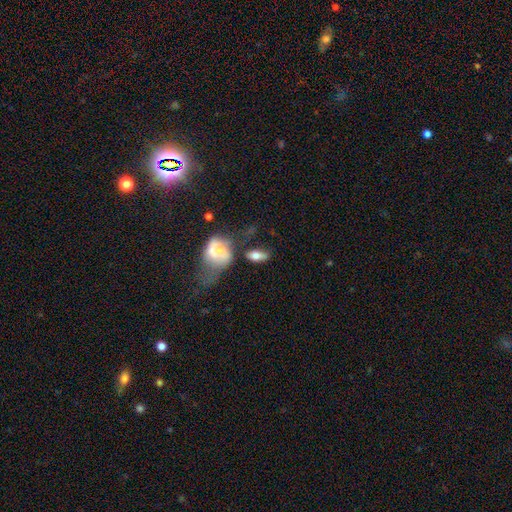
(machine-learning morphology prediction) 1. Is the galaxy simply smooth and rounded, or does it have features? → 69% smooth, 23% featured or disk, 8% star or artifact.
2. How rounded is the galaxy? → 82% in between, 11% cigar-shaped, 7% round.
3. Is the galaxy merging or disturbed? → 48% none, 19% merger, 19% minor disturbance, 14% major disturbance.